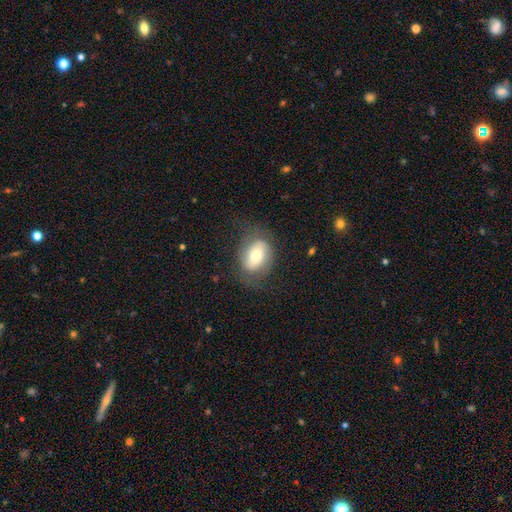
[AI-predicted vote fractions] Overall: smooth (59%; featured or disk 33%). How rounded: in between (76%). Merging: none (69%).